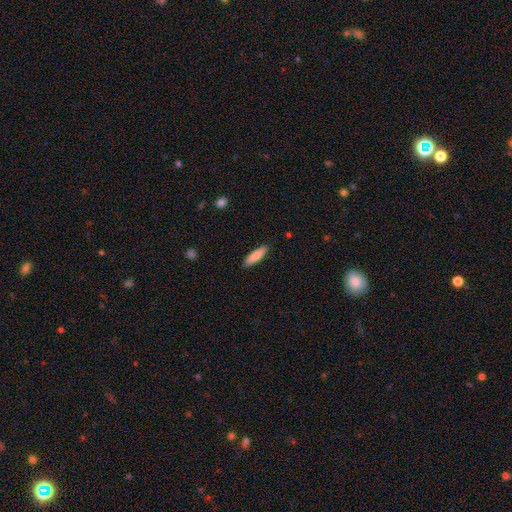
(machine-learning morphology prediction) Smooth or featured: smooth — 83% (featured or disk — 11%)
How rounded: cigar-shaped — 74% (in between — 25%)
Merging: none — 89% (minor disturbance — 8%)